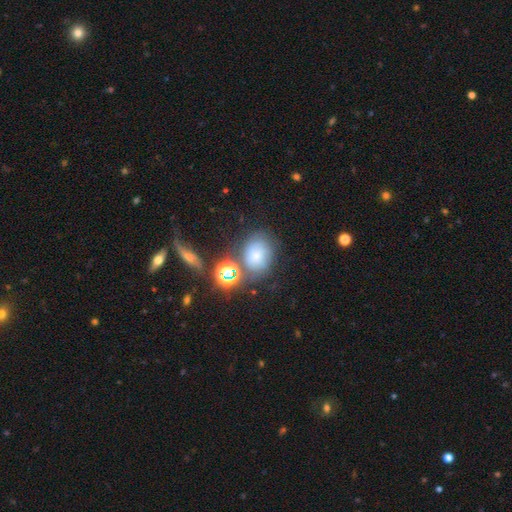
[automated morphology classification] A smooth galaxy with no disk features (54%) that is round (51%).

Vote fractions:
- Smooth or featured? smooth: 54% / featured or disk: 24% / star or artifact: 22%
- How rounded? round: 51% / in between: 48% / cigar-shaped: 1%
- Merging? none: 55% / minor disturbance: 20% / merger: 14% / major disturbance: 10%